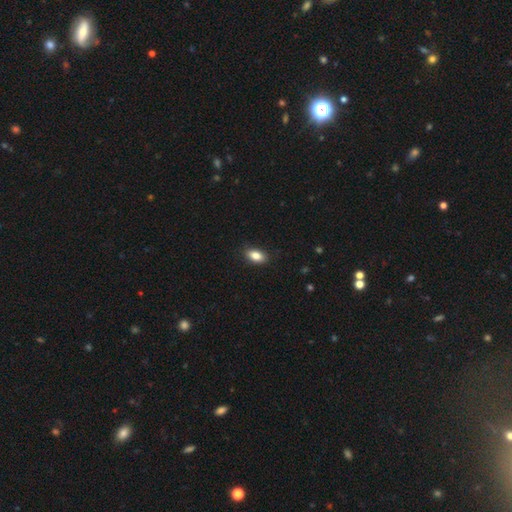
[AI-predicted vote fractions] A smooth galaxy with no disk features (85%) that is in between round and cigar-shaped (89%).

Vote fractions:
- Smooth or featured? smooth: 85% / star or artifact: 8% / featured or disk: 7%
- How rounded? in between: 89% / round: 7% / cigar-shaped: 4%
- Merging? none: 87% / minor disturbance: 10% / major disturbance: 2% / merger: 1%